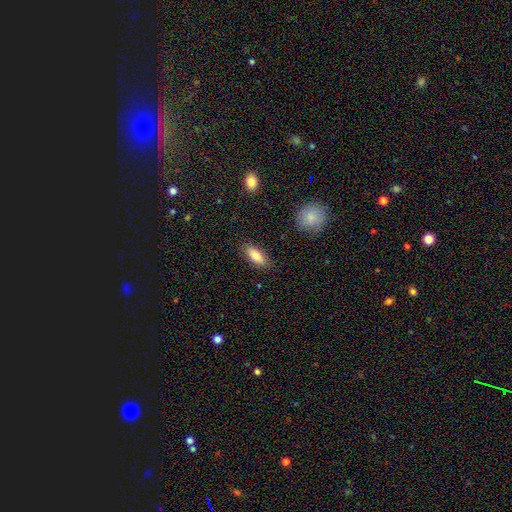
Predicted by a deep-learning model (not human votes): Smooth or featured: smooth — 82% (featured or disk — 11%)
How rounded: in between — 83% (cigar-shaped — 15%)
Merging: none — 84% (minor disturbance — 11%)